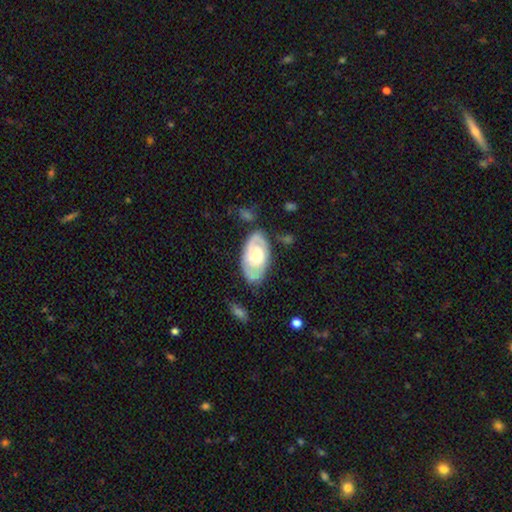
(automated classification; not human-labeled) featured or disk 67%, smooth 28%, star or artifact 5%. Down the decision tree: edge-on disk — no (94%); bar — no (66%); spiral arms — yes (75%); bulge size — moderate (49%); merging — none (72%).